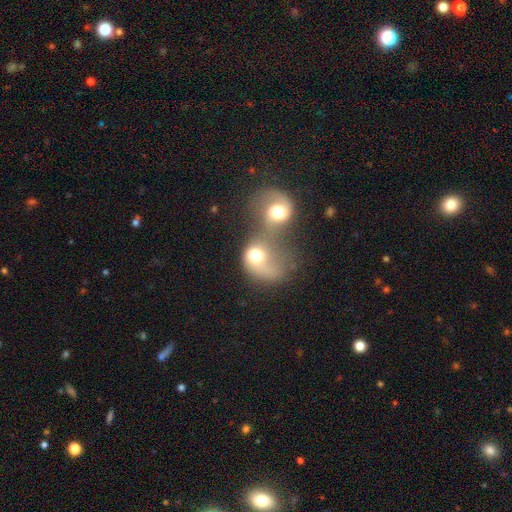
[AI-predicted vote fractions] A smooth galaxy with no disk features (50%) that is round (59%).

Vote fractions:
- Smooth or featured? smooth: 50% / featured or disk: 41% / star or artifact: 9%
- How rounded? round: 59% / in between: 40% / cigar-shaped: 1%
- Merging? merger: 79% / major disturbance: 11% / none: 6% / minor disturbance: 4%